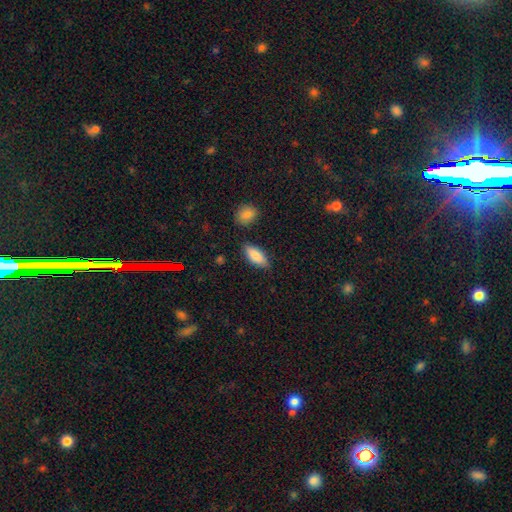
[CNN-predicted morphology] smooth 83%, featured or disk 11%, star or artifact 6%. Down the decision tree: how rounded — in between (78%); merging — none (81%).